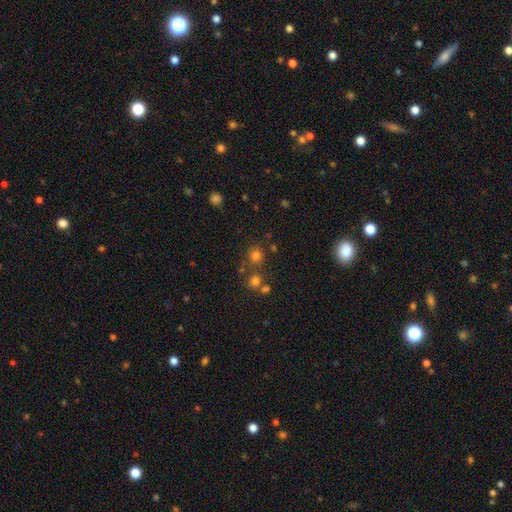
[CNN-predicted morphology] Smooth or featured: smooth — 63% (star or artifact — 30%)
How rounded: round — 89% (in between — 10%)
Merging: none — 71% (merger — 18%)